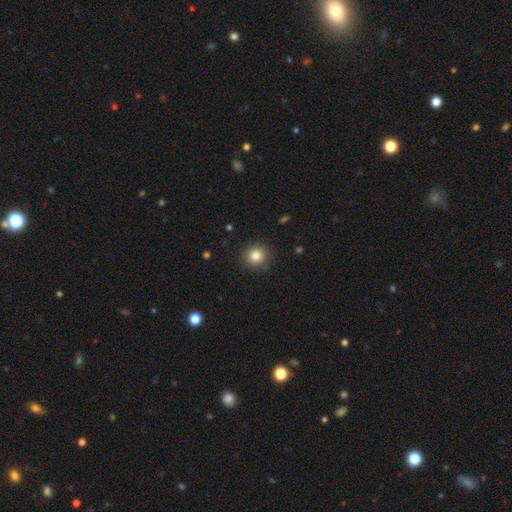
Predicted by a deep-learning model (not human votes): Smooth or featured: smooth — 83% (star or artifact — 11%)
How rounded: round — 92% (in between — 7%)
Merging: none — 89% (minor disturbance — 8%)